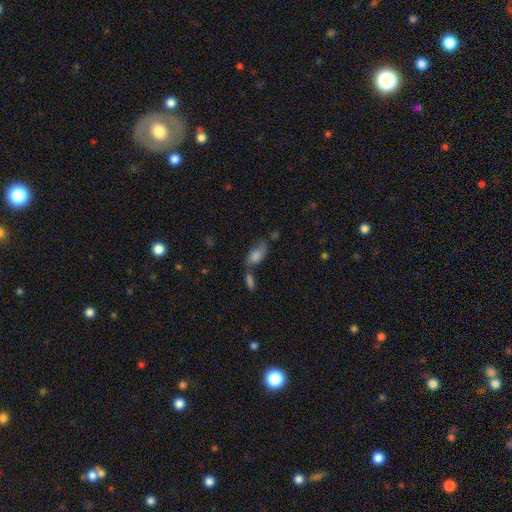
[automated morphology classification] Q: Smooth or featured?
A: smooth (68%); runner-up: featured or disk (21%)
Q: How rounded?
A: in between (84%); runner-up: cigar-shaped (10%)
Q: Merging?
A: none (41%); runner-up: merger (28%)